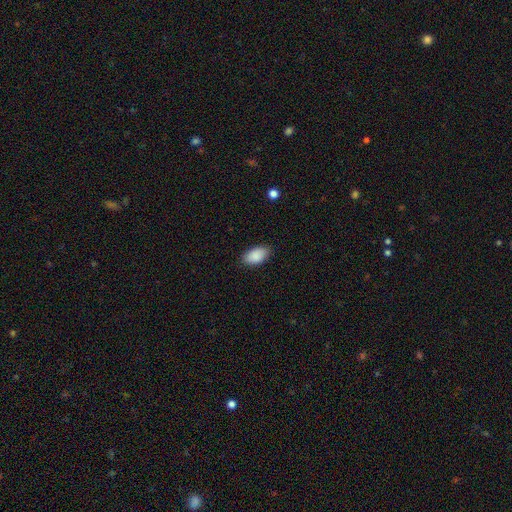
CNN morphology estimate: smooth-or-featured: smooth: 90% | star or artifact: 6% | featured or disk: 4%
  how-rounded: in between: 94% | round: 4% | cigar-shaped: 2%
  merging: none: 85% | minor disturbance: 12% | major disturbance: 2% | merger: 1%